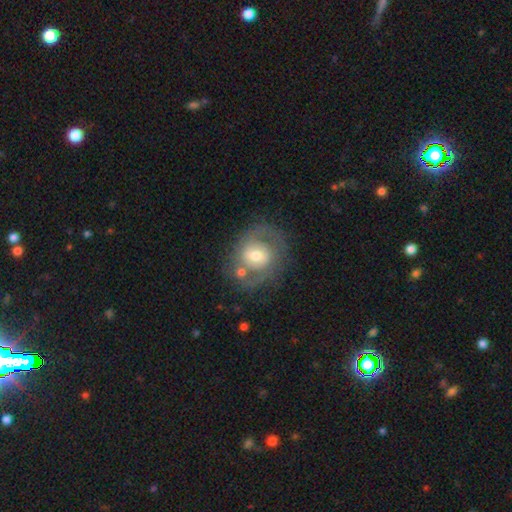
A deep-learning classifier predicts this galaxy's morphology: This appears to be a featured or disk galaxy (69%) with no bar (50%), 2 (75%) medium (46%) spiral arms (75%) and a moderate central bulge (67%). Merging: none (65%).